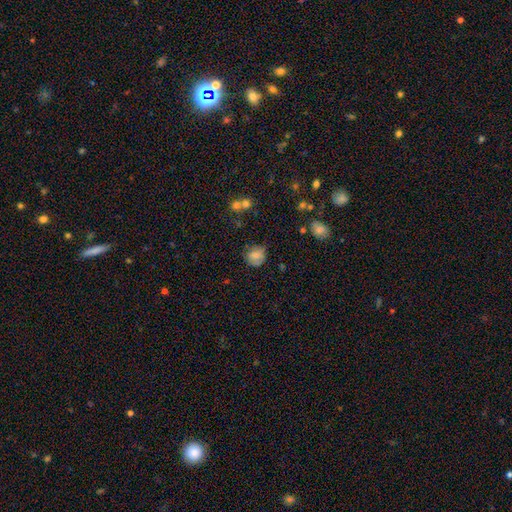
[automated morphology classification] A smooth galaxy with no disk features (78%) that is round (79%).

Vote fractions:
- Smooth or featured? smooth: 78% / featured or disk: 12% / star or artifact: 10%
- How rounded? round: 79% / in between: 20% / cigar-shaped: 1%
- Merging? none: 70% / minor disturbance: 22% / major disturbance: 6% / merger: 2%